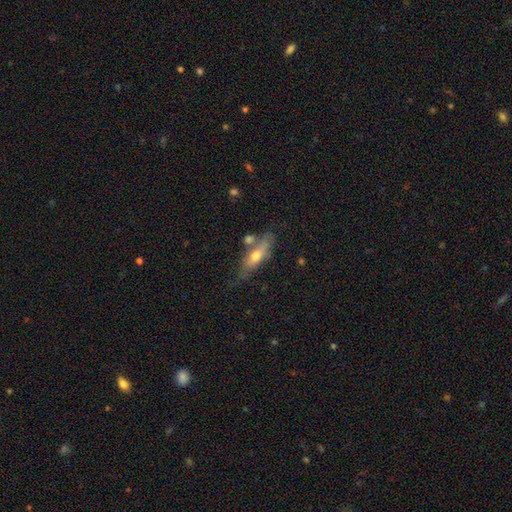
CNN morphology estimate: Q: Smooth or featured?
A: smooth (54%); runner-up: featured or disk (40%)
Q: How rounded?
A: in between (50%); runner-up: cigar-shaped (46%)
Q: Merging?
A: none (54%); runner-up: minor disturbance (22%)